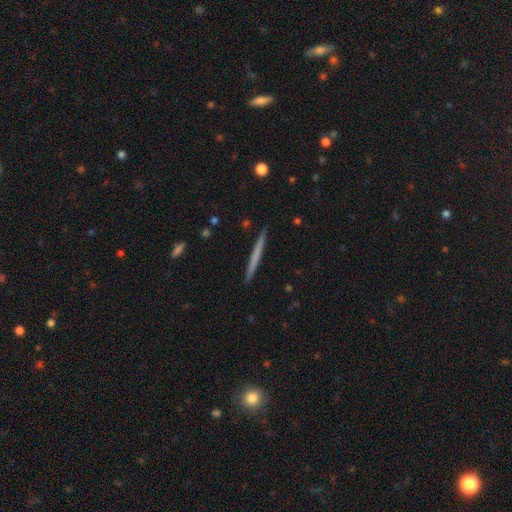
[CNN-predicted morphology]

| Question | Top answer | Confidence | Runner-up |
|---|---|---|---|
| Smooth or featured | smooth | 55% | featured or disk (40%) |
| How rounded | cigar-shaped | 97% | in between (2%) |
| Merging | none | 92% | minor disturbance (6%) |